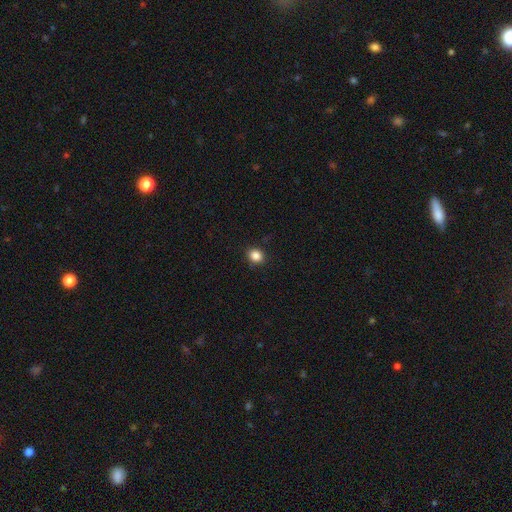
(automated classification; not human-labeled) Smooth or featured: smooth — 86% (star or artifact — 11%)
How rounded: round — 71% (in between — 28%)
Merging: none — 89% (minor disturbance — 8%)